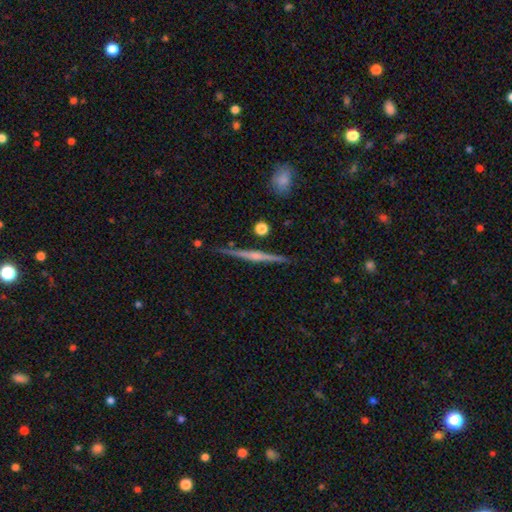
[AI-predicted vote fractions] A featured or disk galaxy (73%) viewed edge-on (98%) with a rounded central bulge (60%). Merging: none (89%).